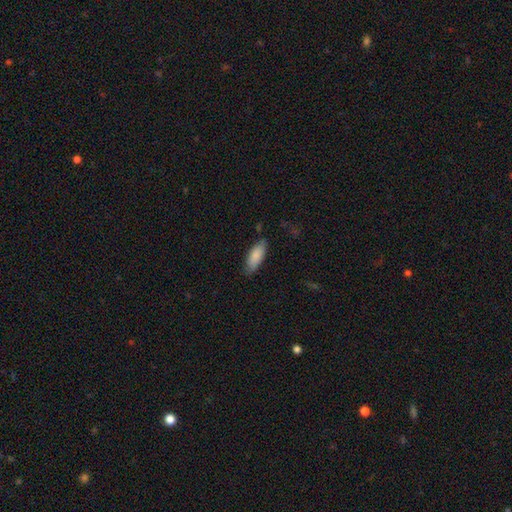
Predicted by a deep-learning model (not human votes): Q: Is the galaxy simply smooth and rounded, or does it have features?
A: smooth — 85%.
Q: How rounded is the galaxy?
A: in between — 74%.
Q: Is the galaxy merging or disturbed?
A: none — 78%.